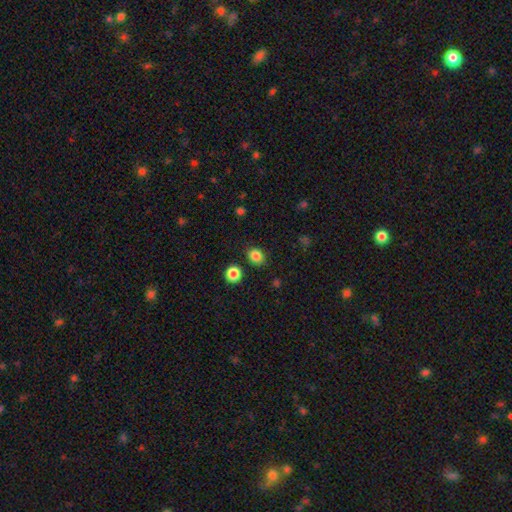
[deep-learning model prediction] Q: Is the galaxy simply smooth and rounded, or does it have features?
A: smooth — 84%.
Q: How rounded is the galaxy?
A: round — 63%.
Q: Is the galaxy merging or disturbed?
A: none — 85%.